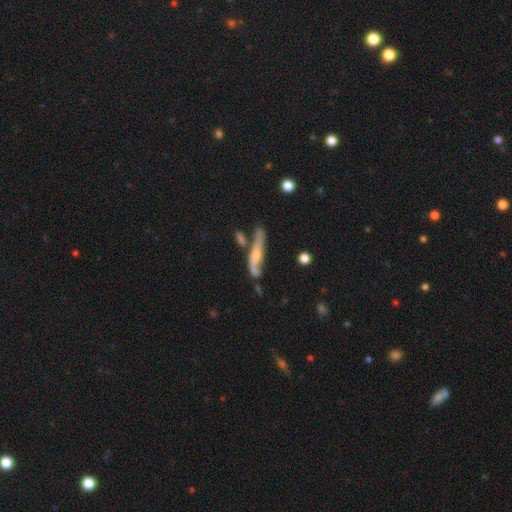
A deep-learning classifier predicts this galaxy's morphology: Smooth or featured: featured or disk — 58% (smooth — 34%)
Edge-on disk: yes — 52% (no — 48%)
Merging: none — 45% (minor disturbance — 23%)